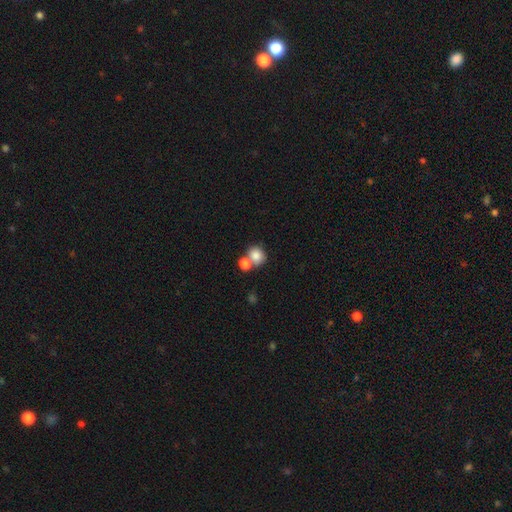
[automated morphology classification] smooth-or-featured: smooth: 83% | star or artifact: 9% | featured or disk: 8%
  how-rounded: round: 69% | in between: 30% | cigar-shaped: 1%
  merging: merger: 45% | none: 43% | minor disturbance: 8% | major disturbance: 4%